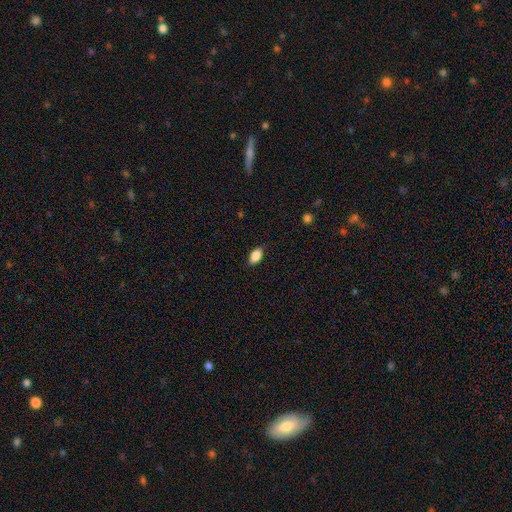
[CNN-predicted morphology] smooth 88%, star or artifact 7%, featured or disk 4%. Down the decision tree: how rounded — in between (91%); merging — none (86%).